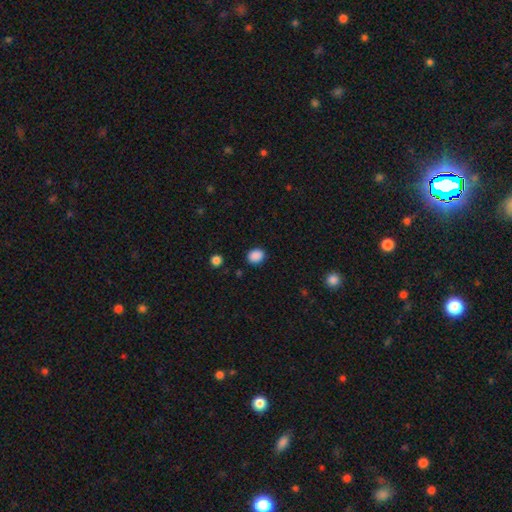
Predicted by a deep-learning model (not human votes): A smooth galaxy with no disk features (88%) that is round (52%). Merging: none (86%).